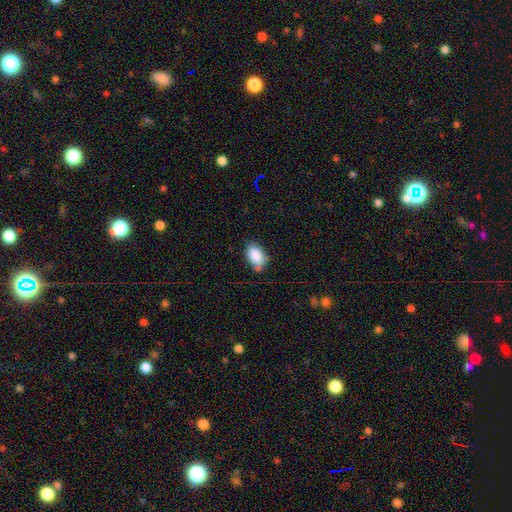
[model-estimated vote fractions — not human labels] Smooth or featured? smooth (87%)
How rounded? in between (86%)
Merging? none (66%)